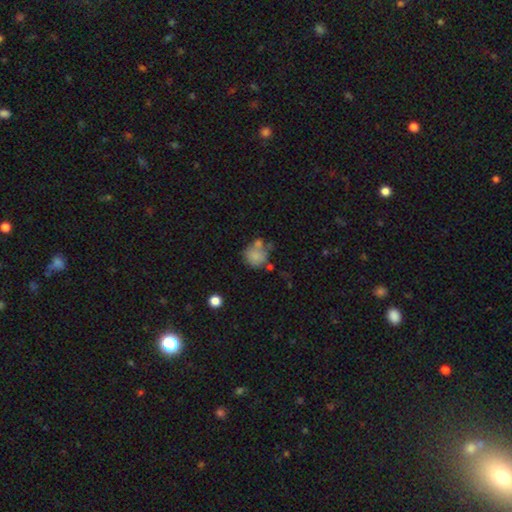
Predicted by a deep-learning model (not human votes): A smooth galaxy with no disk features (75%) that is round (81%). Merging: none (43%).